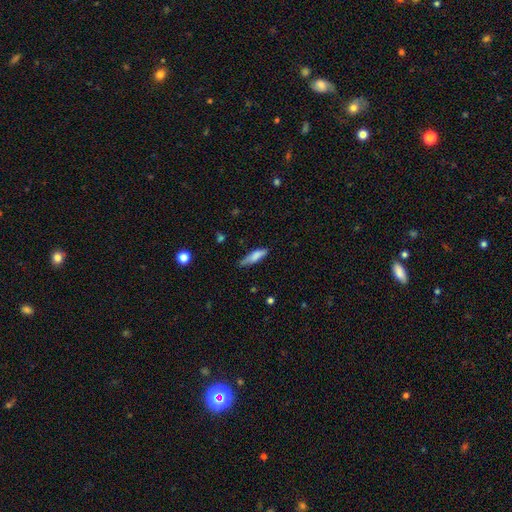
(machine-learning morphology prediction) Smooth or featured? smooth (74%)
How rounded? cigar-shaped (65%)
Merging? none (65%)